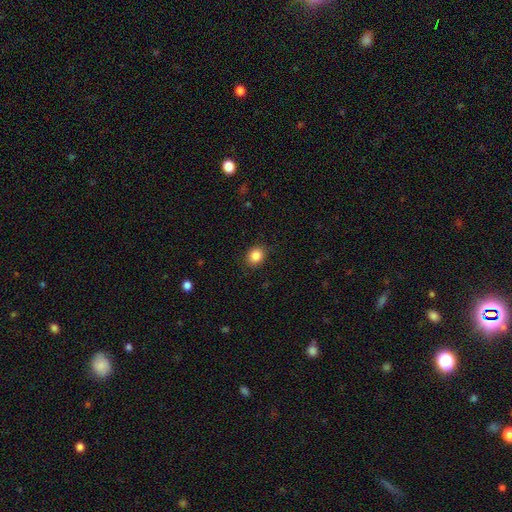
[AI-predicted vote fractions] Smooth or featured? smooth (86%)
How rounded? round (56%)
Merging? none (87%)